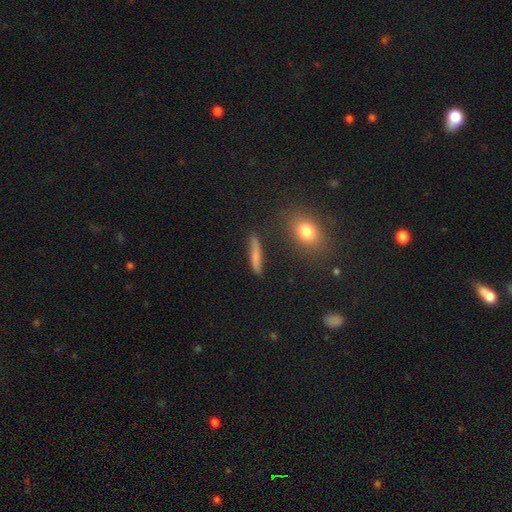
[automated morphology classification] type=smooth (66%); roundness=cigar-shaped (87%); merging=none (79%).